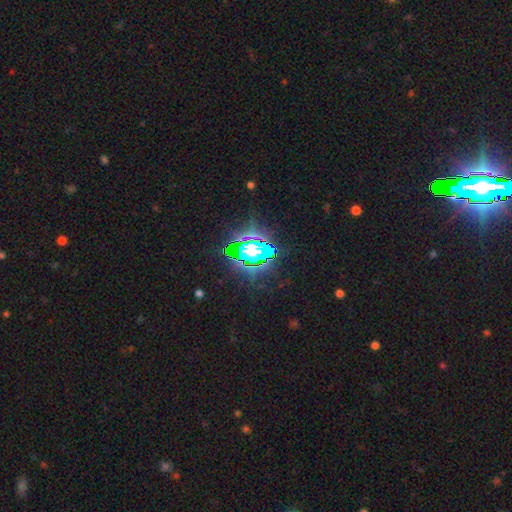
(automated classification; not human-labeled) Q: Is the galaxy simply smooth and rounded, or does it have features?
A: star or artifact — 71%.